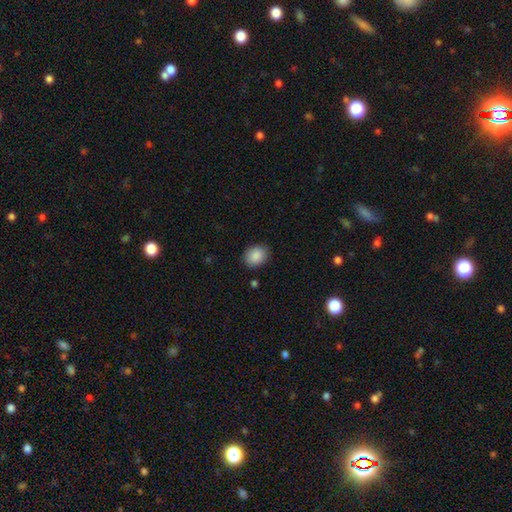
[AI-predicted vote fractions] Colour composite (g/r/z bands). It shows a smooth galaxy with no disk features (89%) that is in between round and cigar-shaped (55%). Merging: none (87%).